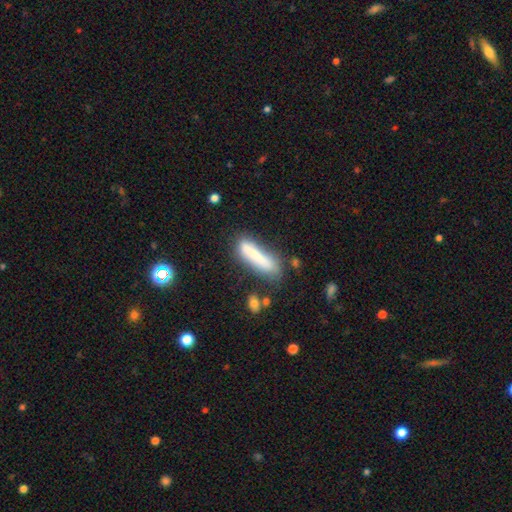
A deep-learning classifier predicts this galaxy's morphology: type=smooth (68%); roundness=cigar-shaped (78%); merging=none (56%).